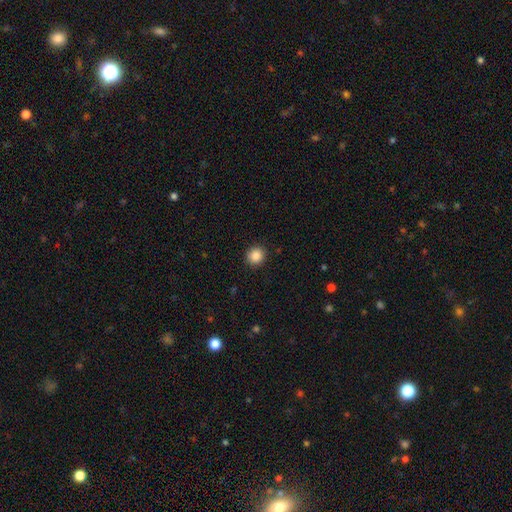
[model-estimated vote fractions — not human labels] Smooth or featured? smooth (87%)
How rounded? round (87%)
Merging? none (91%)